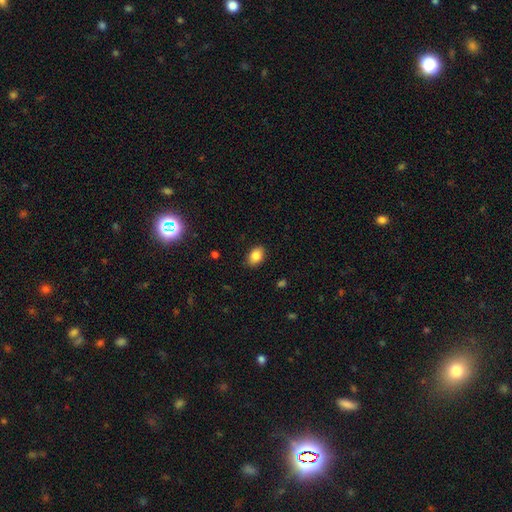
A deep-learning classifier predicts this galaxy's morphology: Smooth or featured: smooth — 86% (star or artifact — 8%)
How rounded: in between — 84% (round — 14%)
Merging: none — 87% (minor disturbance — 10%)